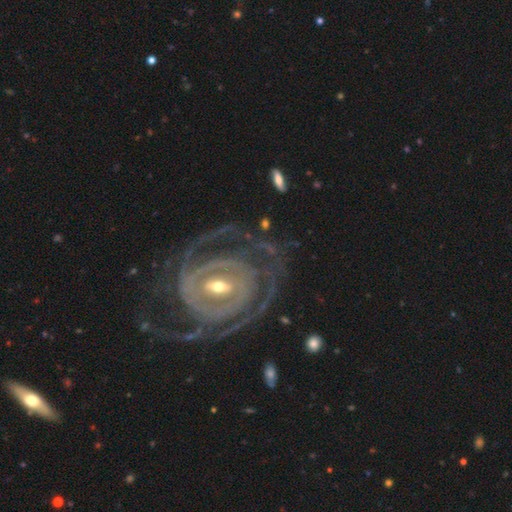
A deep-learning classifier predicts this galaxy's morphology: This is clearly a featured or disk galaxy (88%). It is clearly not viewed edge-on (96%). Bar: marginally strong (39%). Spiral arm pattern: clearly yes (91%). Spiral arm count: marginally 2 (37%). Spiral winding: likely tight (75%). Central bulge: possibly small (50%). Merging: likely none (68%).